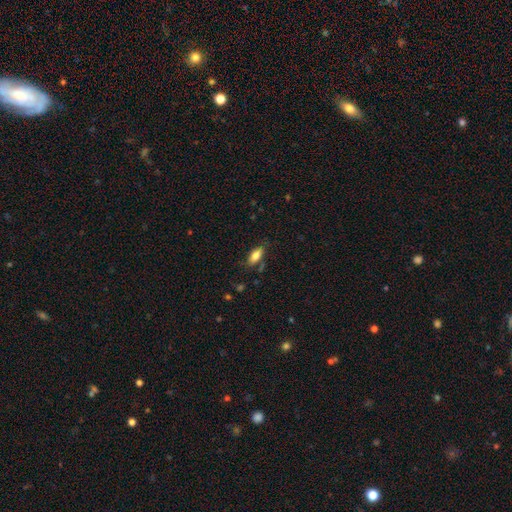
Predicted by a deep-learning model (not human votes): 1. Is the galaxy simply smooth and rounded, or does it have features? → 79% smooth, 13% featured or disk, 8% star or artifact.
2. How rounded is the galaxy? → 85% in between, 12% cigar-shaped, 3% round.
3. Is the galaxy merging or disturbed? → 77% none, 15% minor disturbance, 4% major disturbance, 4% merger.